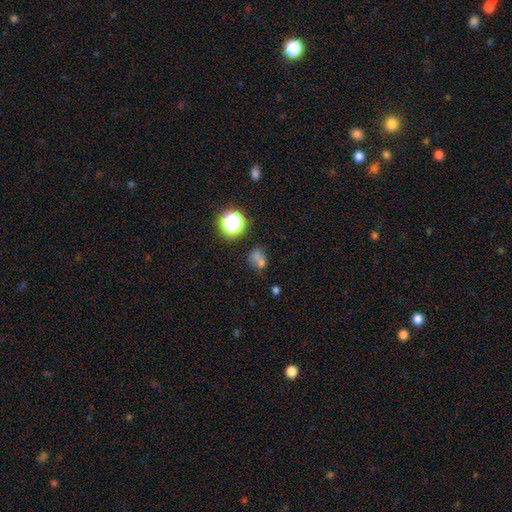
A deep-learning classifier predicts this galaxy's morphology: A smooth galaxy with no disk features (59%) that is round (66%). Merging: none (48%).